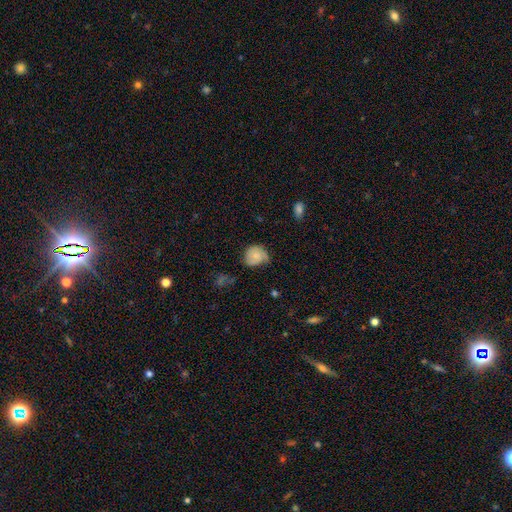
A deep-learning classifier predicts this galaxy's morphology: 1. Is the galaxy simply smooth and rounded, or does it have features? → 70% smooth, 22% featured or disk, 8% star or artifact.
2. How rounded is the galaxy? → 68% round, 31% in between, 1% cigar-shaped.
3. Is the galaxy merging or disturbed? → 44% none, 41% minor disturbance, 12% major disturbance, 3% merger.